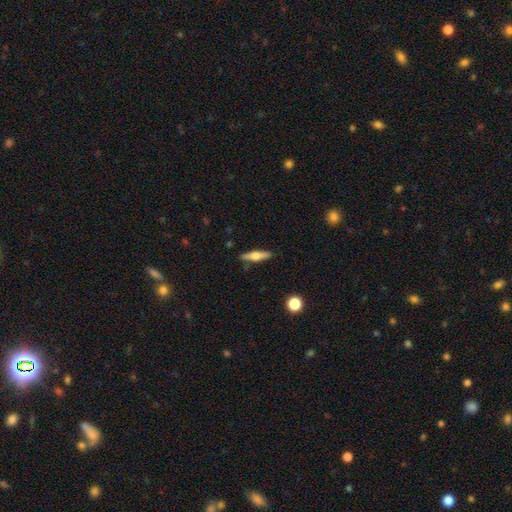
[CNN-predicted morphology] type=featured or disk (52%); edge-on=yes (95%); merging=none (87%).